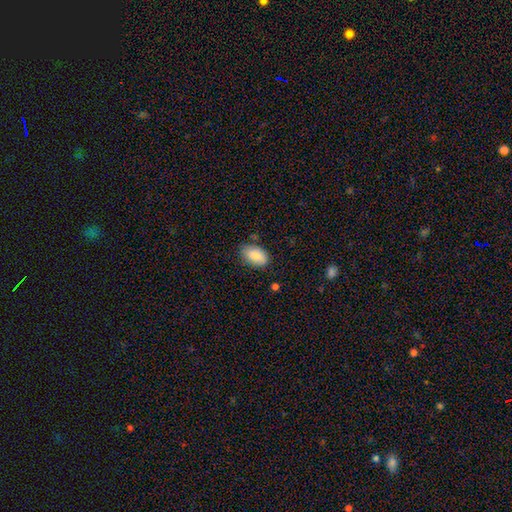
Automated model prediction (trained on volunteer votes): The model was most divided on "merging": none: 78%, minor disturbance: 17%, major disturbance: 3%, merger: 2%. More confident: how rounded — in between (92%); smooth or featured — smooth (84%).